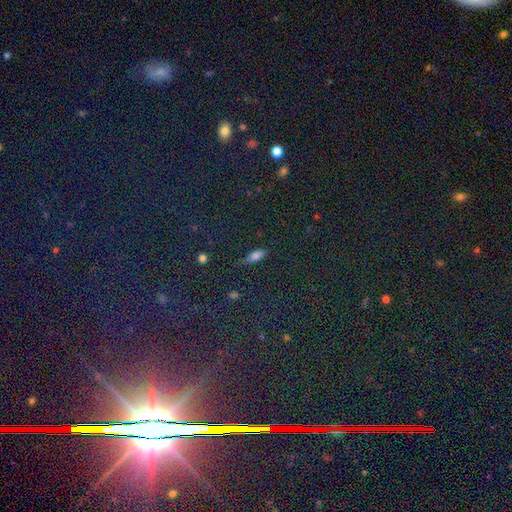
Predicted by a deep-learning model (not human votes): The model was most divided on "how rounded": in between: 65%, cigar-shaped: 29%, round: 5%. More confident: merging — none (77%); smooth or featured — smooth (73%).